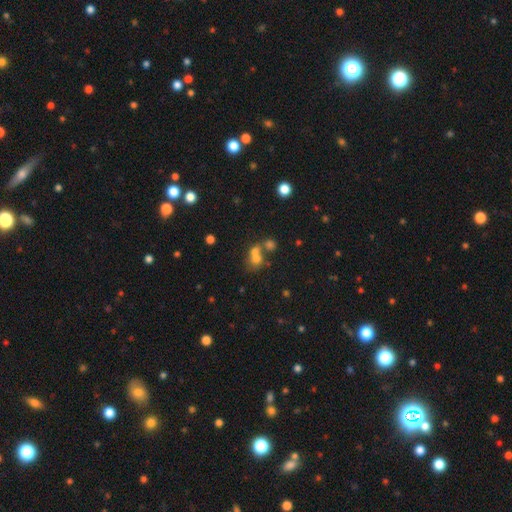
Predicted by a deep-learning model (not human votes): Smooth or featured: smooth — 63% (star or artifact — 19%)
How rounded: round — 63% (in between — 36%)
Merging: merger — 57% (none — 30%)